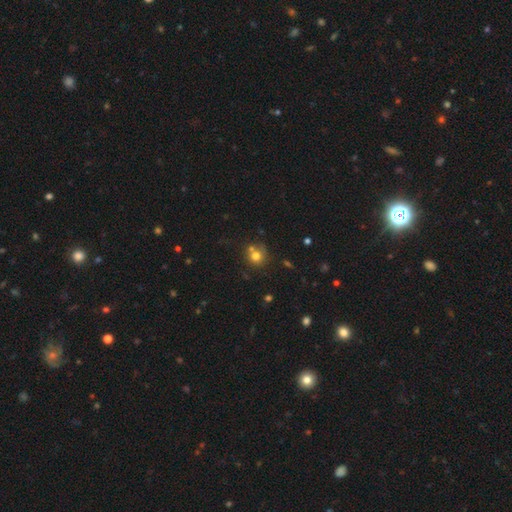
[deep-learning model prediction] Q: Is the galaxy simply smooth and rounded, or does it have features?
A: smooth — 74%.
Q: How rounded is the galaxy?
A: round — 88%.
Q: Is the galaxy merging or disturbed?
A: none — 57%.